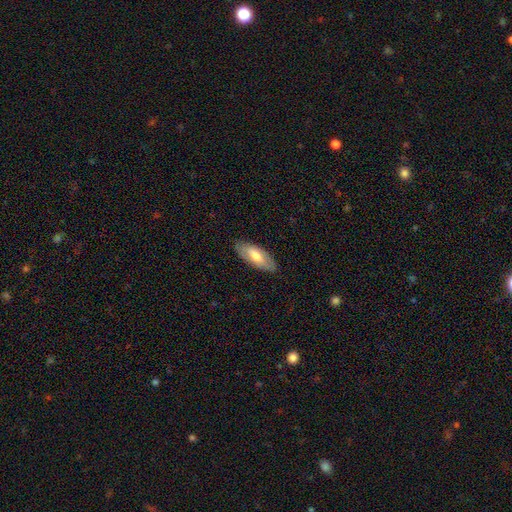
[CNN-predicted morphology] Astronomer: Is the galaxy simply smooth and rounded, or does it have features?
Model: smooth — 60% (runner-up: featured or disk, 35%).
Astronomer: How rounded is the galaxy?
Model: in between — 81%.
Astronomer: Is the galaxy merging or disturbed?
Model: none — 85%.